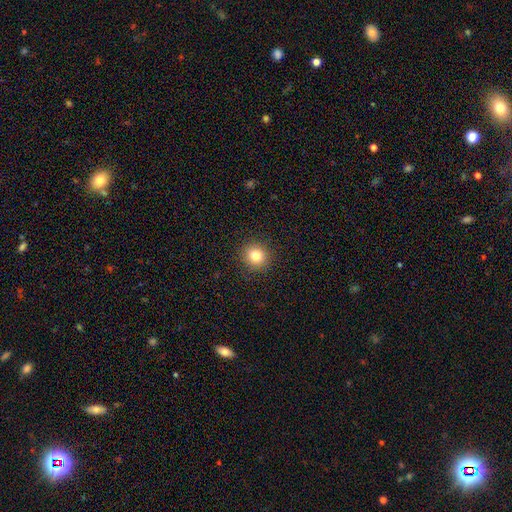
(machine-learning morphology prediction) A smooth galaxy with no disk features (82%) that is round (89%).

Vote fractions:
- Smooth or featured? smooth: 82% / star or artifact: 12% / featured or disk: 7%
- How rounded? round: 89% / in between: 10% / cigar-shaped: 1%
- Merging? none: 91% / minor disturbance: 6% / major disturbance: 2% / merger: 1%